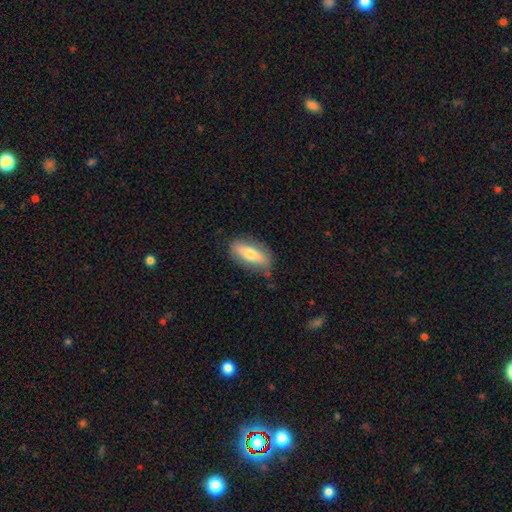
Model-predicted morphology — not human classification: Smooth or featured: smooth — 54% (featured or disk — 35%)
How rounded: in between — 72% (cigar-shaped — 24%)
Merging: none — 71% (minor disturbance — 22%)